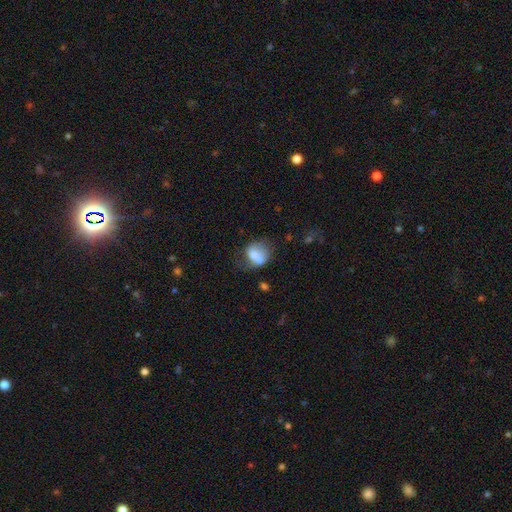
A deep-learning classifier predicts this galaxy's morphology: This appears to be a smooth galaxy with no disk features (65%) that is round (51%). Merging: none (34%).